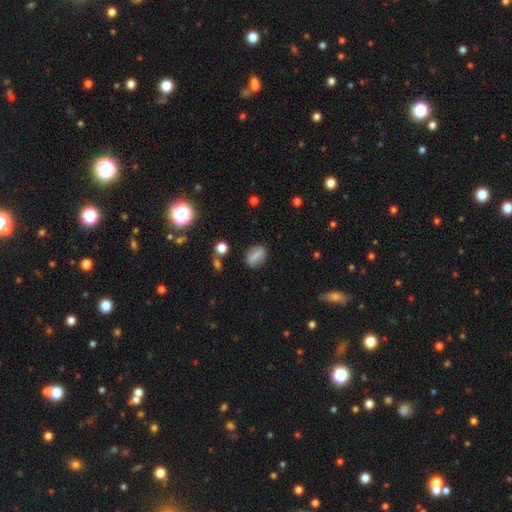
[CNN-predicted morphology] smooth 64%, featured or disk 27%, star or artifact 10%. Down the decision tree: how rounded — in between (68%); merging — none (83%).